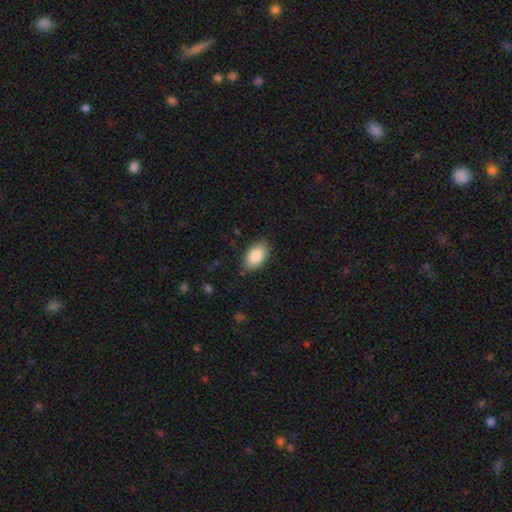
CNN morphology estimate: type=smooth (88%); roundness=in between (93%); merging=none (84%).